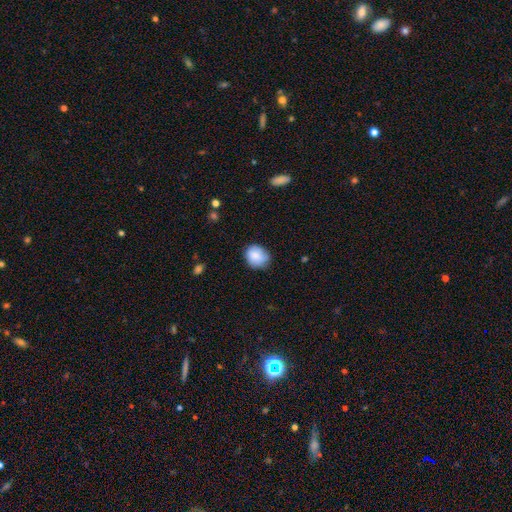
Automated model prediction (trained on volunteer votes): Q: Smooth or featured?
A: smooth (82%); runner-up: featured or disk (11%)
Q: How rounded?
A: round (63%); runner-up: in between (36%)
Q: Merging?
A: none (71%); runner-up: minor disturbance (23%)